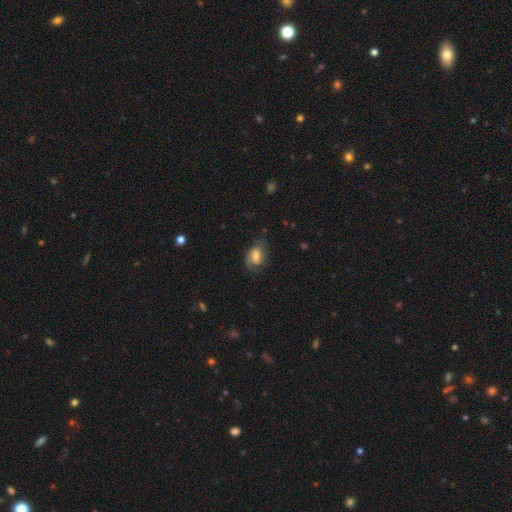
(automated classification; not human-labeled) smooth_or_featured: smooth (p=0.56) [alt: featured or disk p=0.35]
how_rounded: in between (p=0.83) [alt: round p=0.15]
merging: none (p=0.60) [alt: minor disturbance p=0.26]